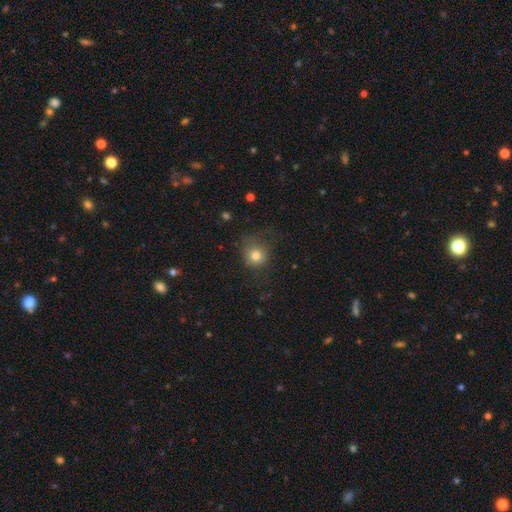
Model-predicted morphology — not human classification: Smooth or featured? smooth (80%)
How rounded? round (85%)
Merging? none (68%)